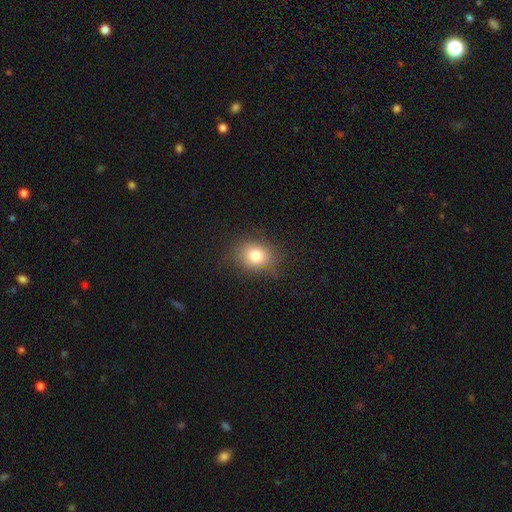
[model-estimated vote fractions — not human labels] A smooth galaxy with no disk features (78%) that is round (55%).

Vote fractions:
- Smooth or featured? smooth: 78% / star or artifact: 12% / featured or disk: 10%
- How rounded? round: 55% / in between: 44% / cigar-shaped: 1%
- Merging? none: 76% / minor disturbance: 17% / major disturbance: 6% / merger: 1%